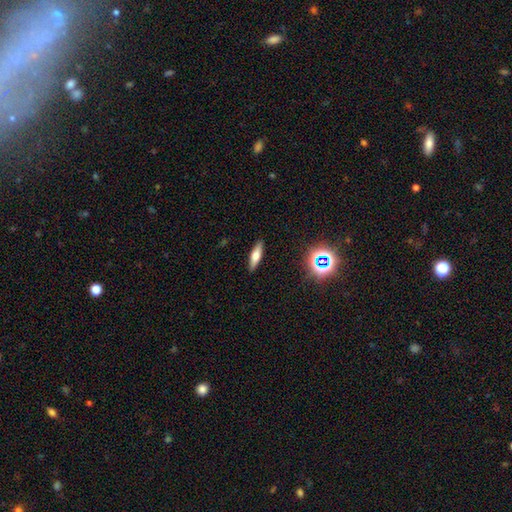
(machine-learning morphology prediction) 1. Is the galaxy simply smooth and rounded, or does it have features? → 60% smooth, 29% featured or disk, 12% star or artifact.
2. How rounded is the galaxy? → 62% cigar-shaped, 35% in between, 3% round.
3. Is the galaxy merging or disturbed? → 89% none, 8% minor disturbance, 2% major disturbance, 1% merger.